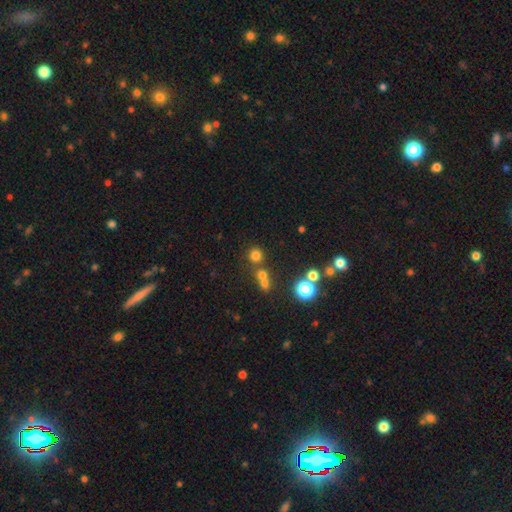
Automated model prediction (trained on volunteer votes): A smooth galaxy with no disk features (70%) that is round (91%).

Vote fractions:
- Smooth or featured? smooth: 70% / star or artifact: 22% / featured or disk: 8%
- How rounded? round: 91% / in between: 8% / cigar-shaped: 1%
- Merging? none: 69% / merger: 21% / minor disturbance: 7% / major disturbance: 3%